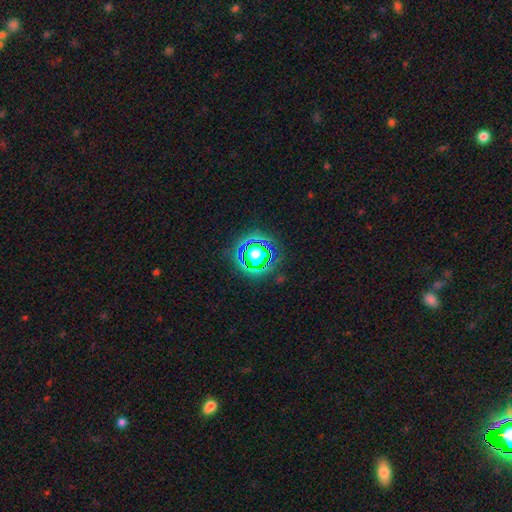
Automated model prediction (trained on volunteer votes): The model was most divided on "smooth or featured": star or artifact: 55%, smooth: 31%, featured or disk: 14%.